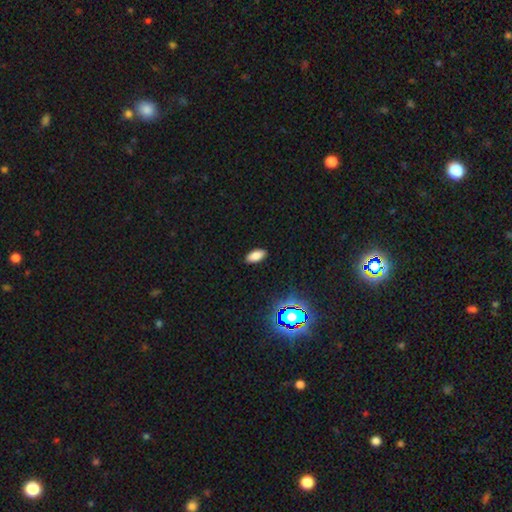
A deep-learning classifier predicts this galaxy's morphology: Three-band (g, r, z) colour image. It shows a smooth galaxy with no disk features (81%) that is in between round and cigar-shaped (90%). Merging: none (89%).